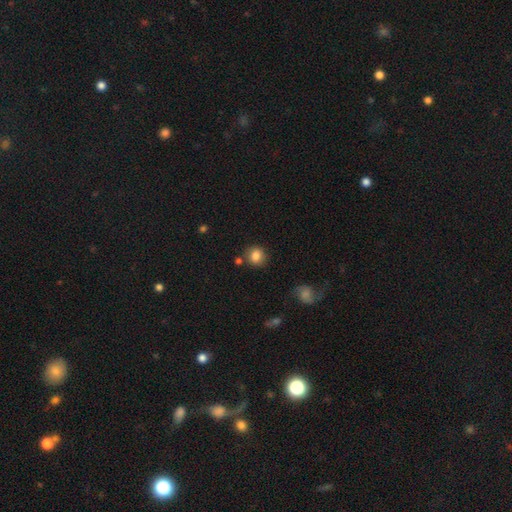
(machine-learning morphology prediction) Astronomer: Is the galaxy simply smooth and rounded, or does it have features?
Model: smooth — 84%.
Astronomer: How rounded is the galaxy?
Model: round — 84%.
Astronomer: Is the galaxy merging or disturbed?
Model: none — 81%.